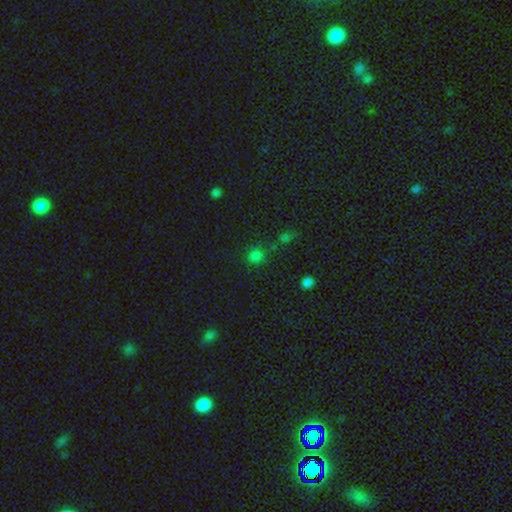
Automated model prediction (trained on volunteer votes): This appears to be a smooth galaxy with no disk features (71%) that is round (84%). Merging: none (77%).